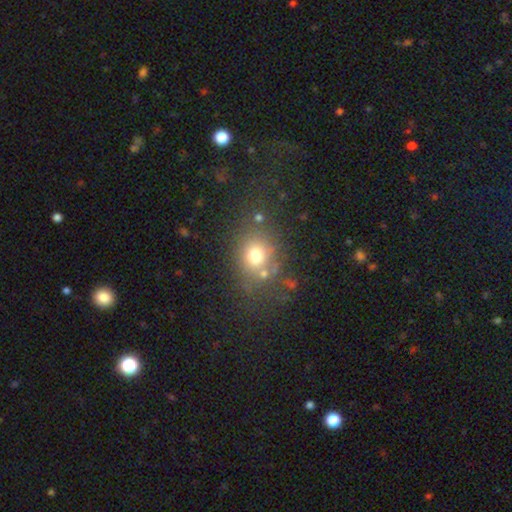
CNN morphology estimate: This is likely a smooth galaxy (70%). How rounded: likely round (64%). Merging: likely none (67%).